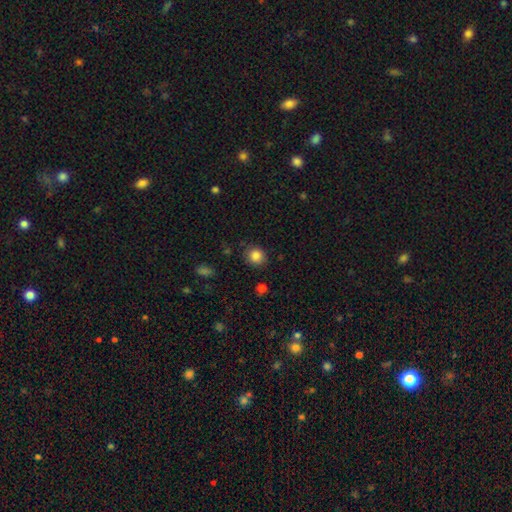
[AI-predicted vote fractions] smooth-or-featured: smooth: 85% | star or artifact: 10% | featured or disk: 4%
  how-rounded: round: 86% | in between: 13% | cigar-shaped: 1%
  merging: none: 86% | minor disturbance: 10% | major disturbance: 3% | merger: 2%